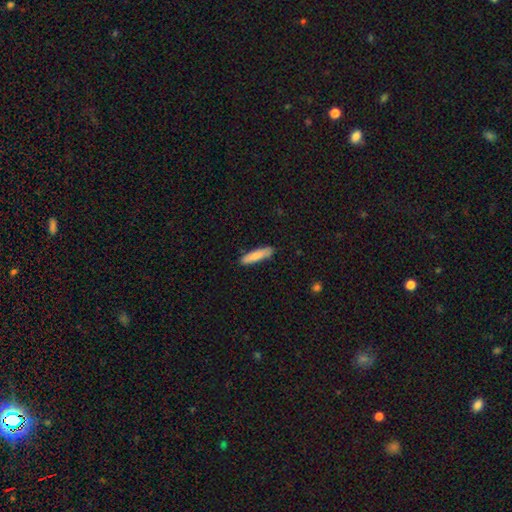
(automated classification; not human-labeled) Smooth or featured? smooth (83%)
How rounded? cigar-shaped (79%)
Merging? none (84%)